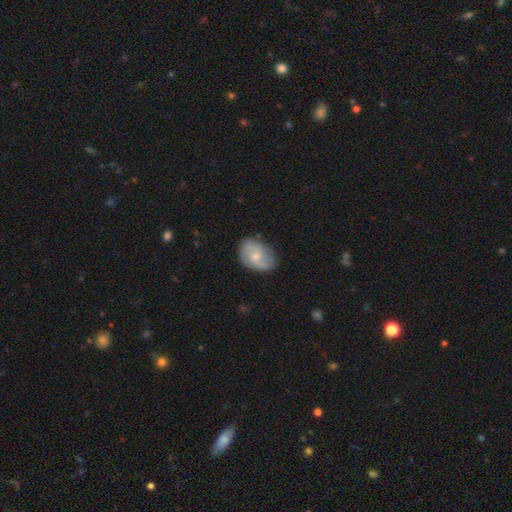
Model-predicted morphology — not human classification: smooth_or_featured: smooth (p=0.47) [tied with: featured or disk p=0.47]
merging: none (p=0.74) [alt: minor disturbance p=0.20]